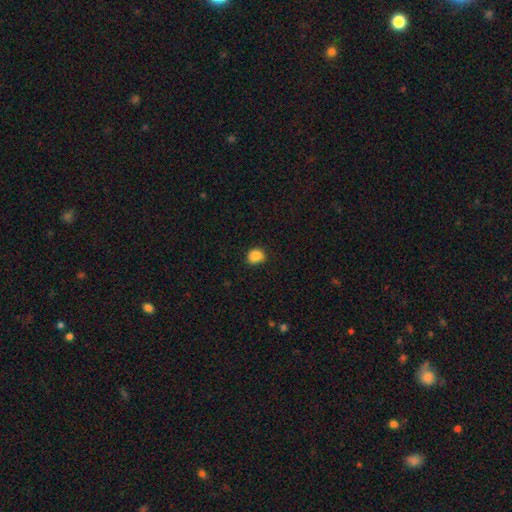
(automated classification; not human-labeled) This is clearly a smooth galaxy (87%). How rounded: likely round (62%). Merging: clearly none (82%).